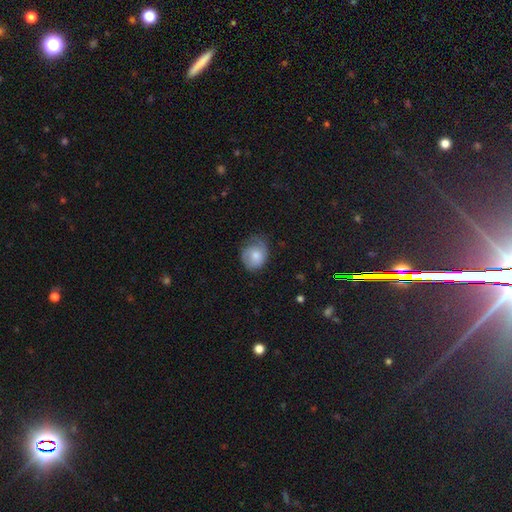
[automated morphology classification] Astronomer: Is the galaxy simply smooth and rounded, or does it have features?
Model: smooth — 59% (runner-up: featured or disk, 34%).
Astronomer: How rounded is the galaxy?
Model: round — 58% (runner-up: in between, 41%).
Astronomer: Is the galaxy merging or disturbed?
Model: none — 50% (runner-up: minor disturbance, 33%).